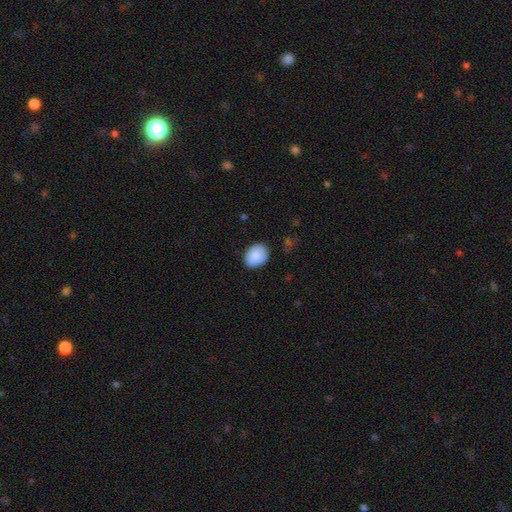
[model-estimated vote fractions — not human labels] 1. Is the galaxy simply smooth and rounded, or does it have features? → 90% smooth, 6% star or artifact, 4% featured or disk.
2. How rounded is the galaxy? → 71% in between, 28% round, 1% cigar-shaped.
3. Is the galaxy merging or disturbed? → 84% none, 12% minor disturbance, 2% major disturbance, 1% merger.